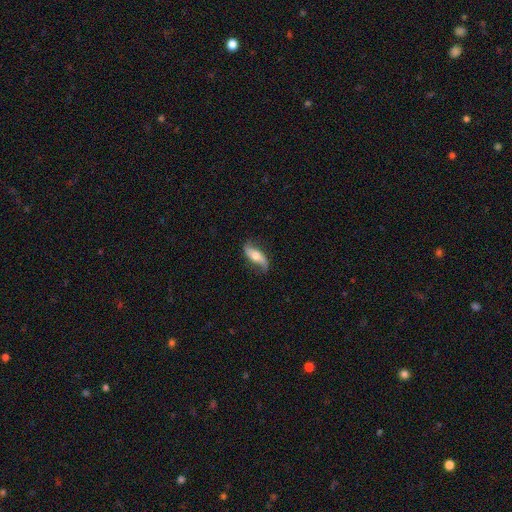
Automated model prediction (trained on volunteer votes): Overall: featured or disk (60%; smooth 33%). Edge-on disk: no (79%). Merging: none (73%).